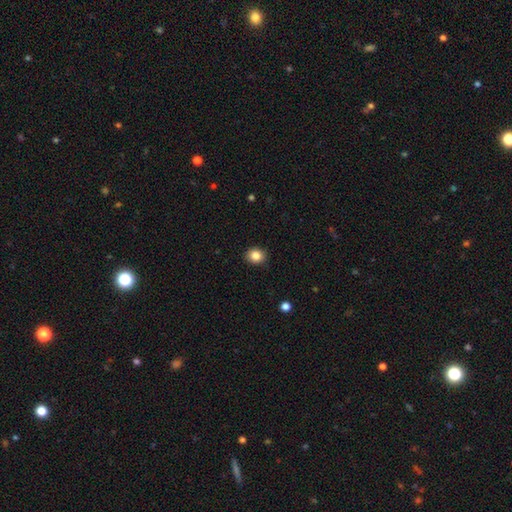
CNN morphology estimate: The model was most divided on "how rounded": round: 69%, in between: 30%, cigar-shaped: 1%. More confident: merging — none (90%); smooth or featured — smooth (84%).